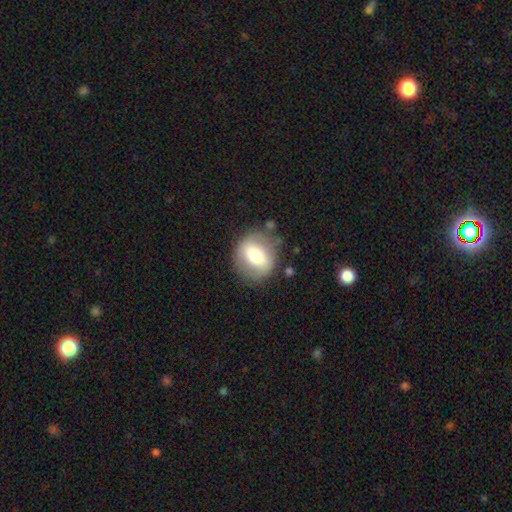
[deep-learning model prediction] This is likely a smooth galaxy (60%). How rounded: likely round (73%). Merging: likely none (78%).